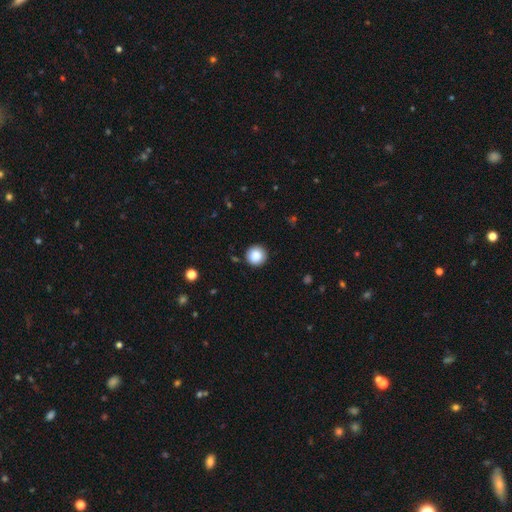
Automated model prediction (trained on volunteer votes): Overall: smooth (87%). How rounded: round (96%). Merging: none (90%).